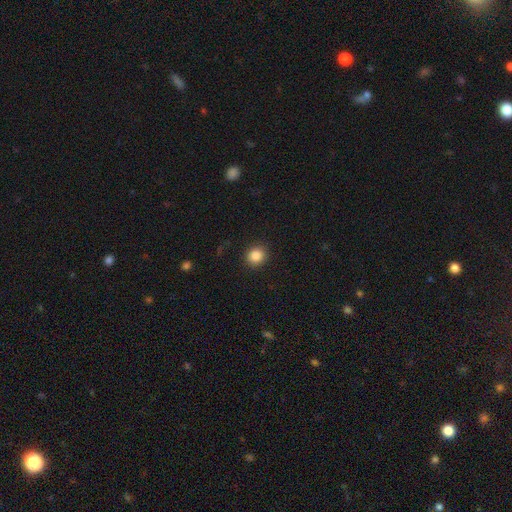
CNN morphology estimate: This appears to be a smooth galaxy with no disk features (85%) that is round (85%). Merging: none (91%).